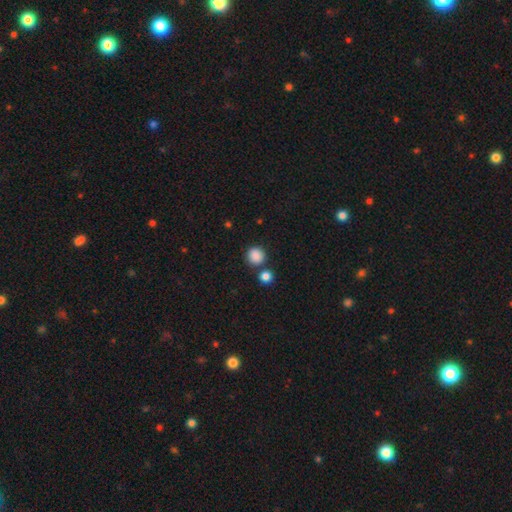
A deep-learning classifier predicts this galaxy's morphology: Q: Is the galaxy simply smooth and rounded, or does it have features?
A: smooth — 87%.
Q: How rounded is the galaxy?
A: round — 89%.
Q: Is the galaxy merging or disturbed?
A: none — 75%.